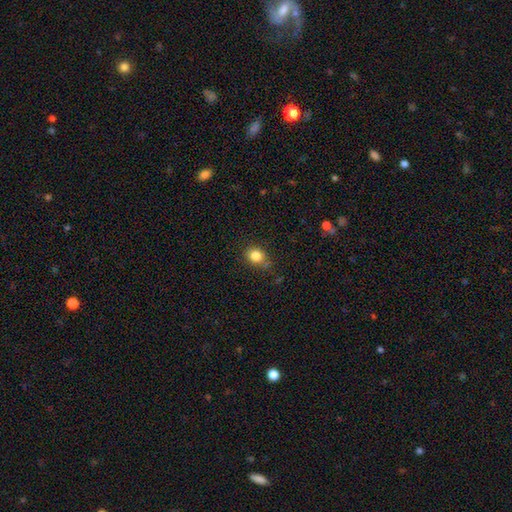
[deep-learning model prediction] A smooth galaxy with no disk features (84%) that is round (58%). Merging: none (75%).